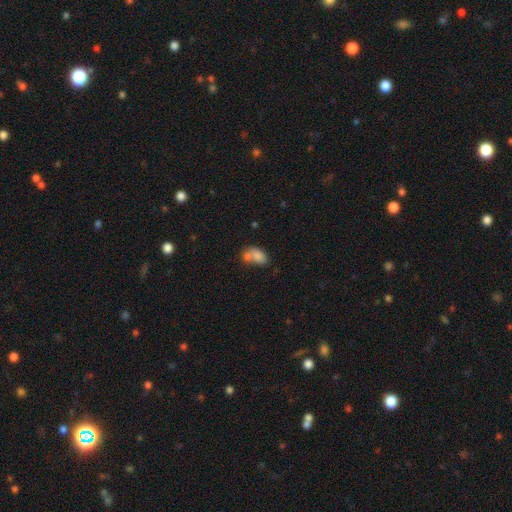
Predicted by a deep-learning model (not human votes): smooth_or_featured: smooth (p=0.78) [alt: featured or disk p=0.13]
how_rounded: in between (p=0.85) [alt: round p=0.13]
merging: merger (p=0.57) [alt: none p=0.25]